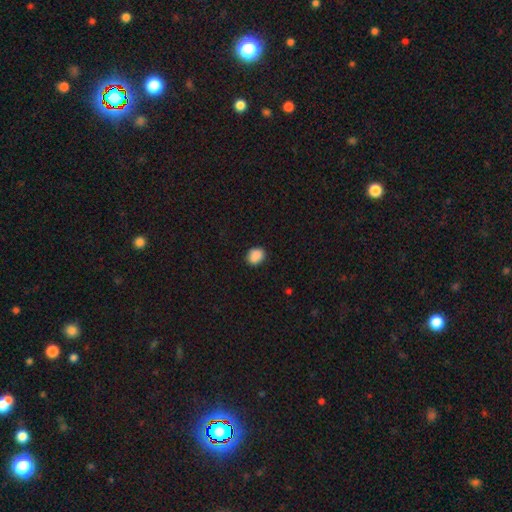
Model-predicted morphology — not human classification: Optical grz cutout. It shows a smooth galaxy with no disk features (87%) that is round (58%). Merging: none (80%).